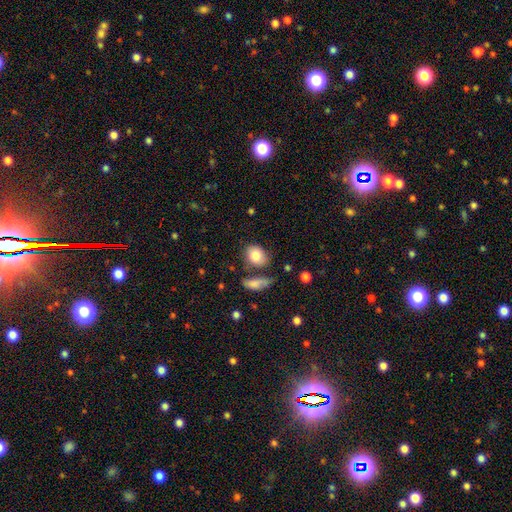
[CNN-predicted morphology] Overall: smooth (82%). How rounded: in between (53%; round 45%). Merging: none (61%).